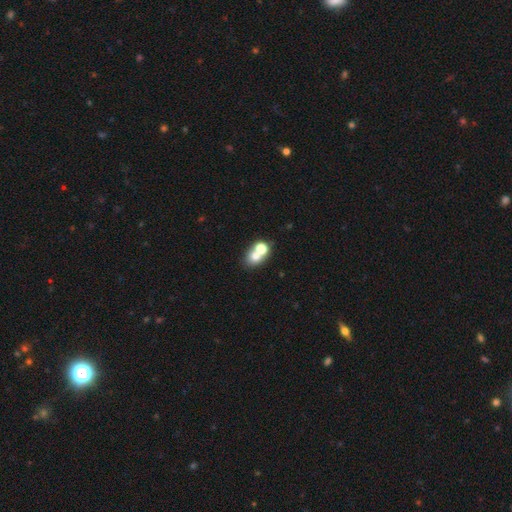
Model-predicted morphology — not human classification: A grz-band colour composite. It shows a smooth galaxy with no disk features (67%) that is round (61%). Merging: merger (55%).